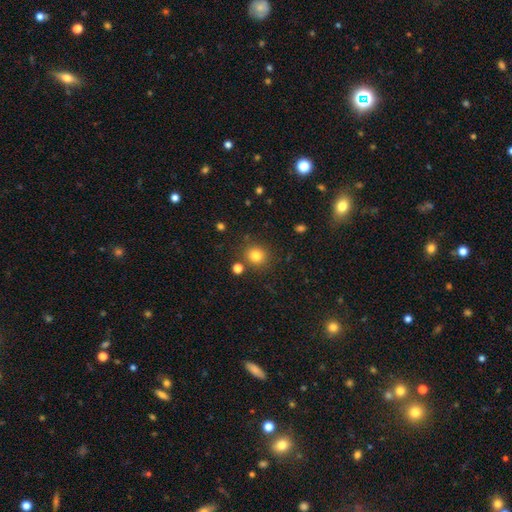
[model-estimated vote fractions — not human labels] This is clearly a smooth galaxy (81%). How rounded: clearly round (88%). Merging: clearly none (83%).